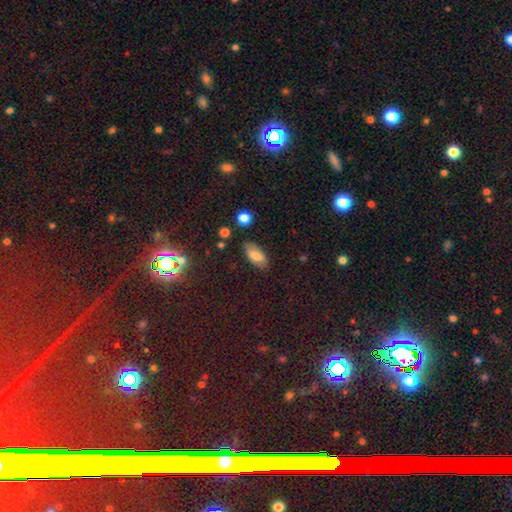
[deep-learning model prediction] Smooth or featured?
  - smooth: 78% *
  - featured or disk: 13%
  - star or artifact: 9%
How rounded?
  - in between: 89% *
  - cigar-shaped: 8%
  - round: 3%
Merging?
  - none: 82% *
  - minor disturbance: 13%
  - major disturbance: 3%
  - merger: 2%